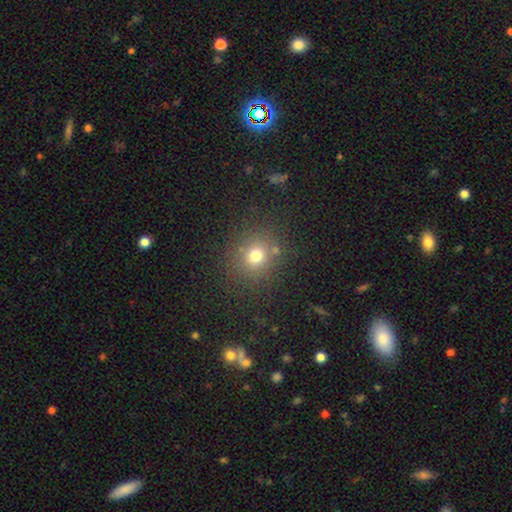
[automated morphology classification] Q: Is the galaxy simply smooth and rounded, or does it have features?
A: smooth — 71%.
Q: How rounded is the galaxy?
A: round — 81%.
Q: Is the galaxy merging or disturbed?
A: none — 81%.